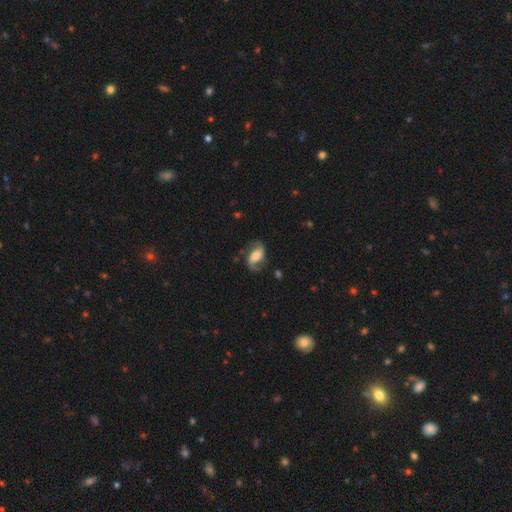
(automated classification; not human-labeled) Smooth or featured: featured or disk — 78% (smooth — 16%)
Edge-on disk: no — 96% (yes — 4%)
Bar: weak — 39% (no — 36%)
Spiral arms: yes — 94% (no — 6%)
Spiral winding: loose — 54% (medium — 35%)
Spiral arm count: 2 — 88% (1 — 5%)
Bulge size: moderate — 57% (small — 25%)
Merging: none — 73% (minor disturbance — 17%)